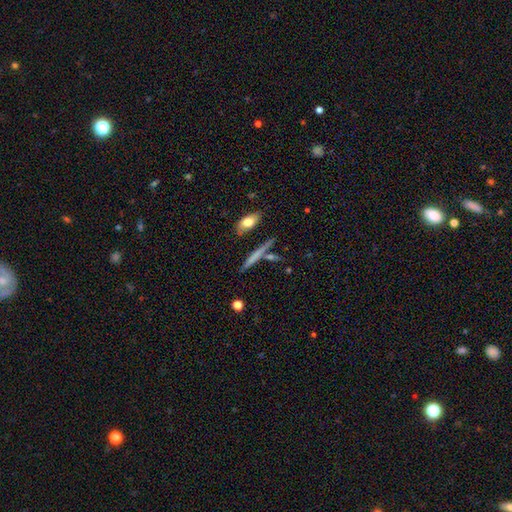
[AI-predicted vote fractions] This is possibly a smooth galaxy (56%). How rounded: clearly cigar-shaped (90%). Merging: likely none (76%).